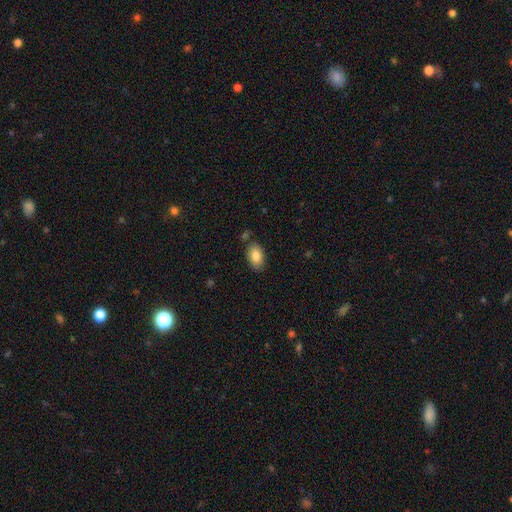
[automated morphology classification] A smooth galaxy with no disk features (85%) that is in between round and cigar-shaped (91%).

Vote fractions:
- Smooth or featured? smooth: 85% / featured or disk: 8% / star or artifact: 7%
- How rounded? in between: 91% / round: 7% / cigar-shaped: 1%
- Merging? none: 81% / minor disturbance: 12% / merger: 5% / major disturbance: 3%